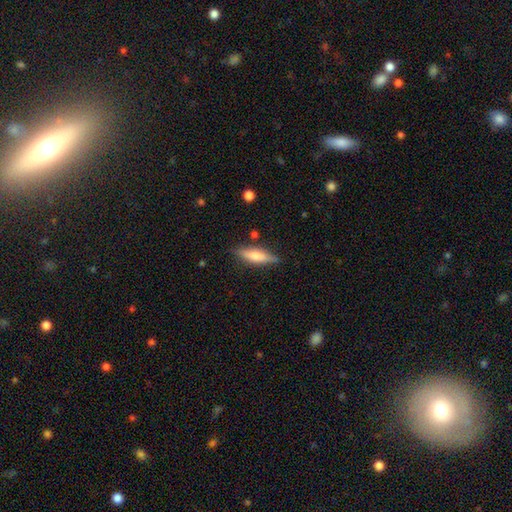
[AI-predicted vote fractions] This is possibly a smooth galaxy (54%). How rounded: likely cigar-shaped (67%). Merging: clearly none (83%).